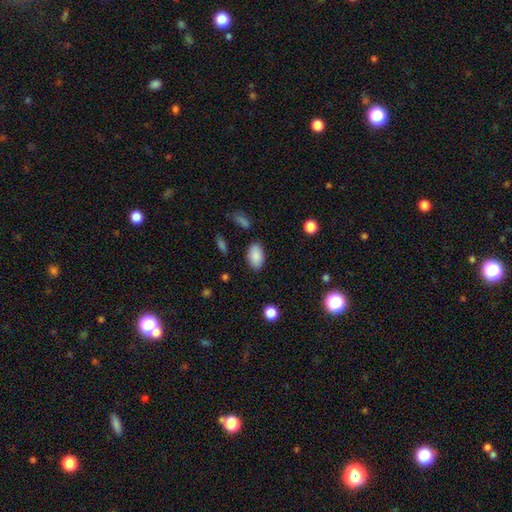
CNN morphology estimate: Smooth or featured? smooth (88%)
How rounded? in between (93%)
Merging? none (84%)